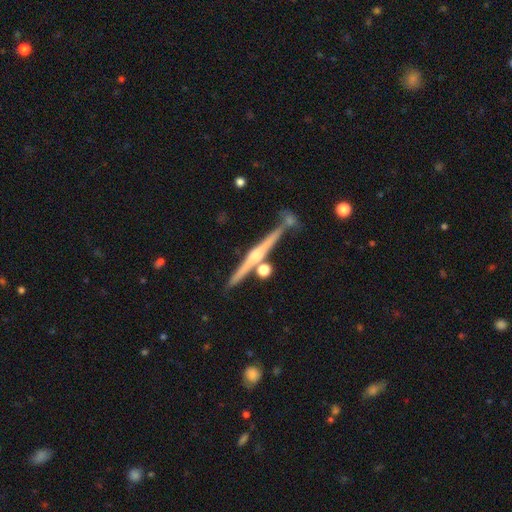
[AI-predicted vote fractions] This appears to be a featured or disk galaxy (81%) viewed edge-on (98%) with a rounded central bulge (74%). Merging: none (78%).